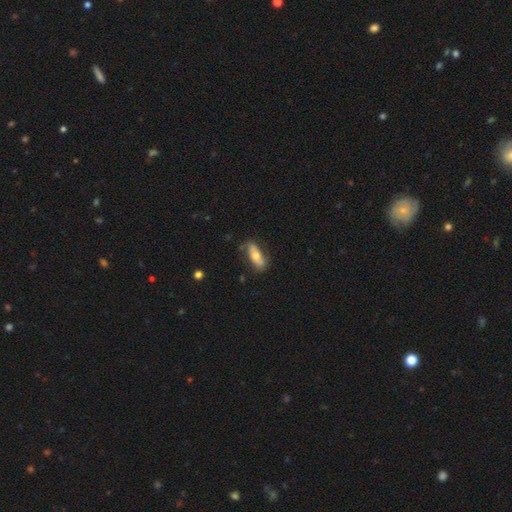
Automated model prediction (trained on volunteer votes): Smooth or featured? Predicted: smooth (p=0.54). How rounded? Predicted: in between (p=0.74). Merging? Predicted: none (p=0.69).